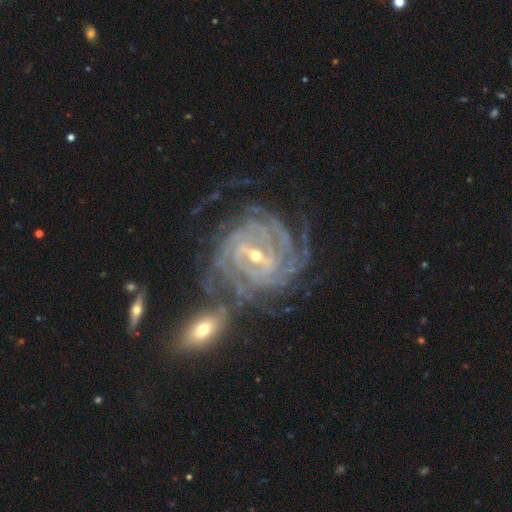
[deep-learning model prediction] Smooth or featured: featured or disk — 92% (star or artifact — 5%)
Edge-on disk: no — 97% (yes — 3%)
Bar: strong — 44% (weak — 42%)
Spiral arms: yes — 98% (no — 2%)
Spiral winding: tight — 81% (medium — 17%)
Spiral arm count: 4 — 36% (more than 4 — 18%)
Bulge size: small — 58% (moderate — 39%)
Merging: none — 59% (minor disturbance — 18%)